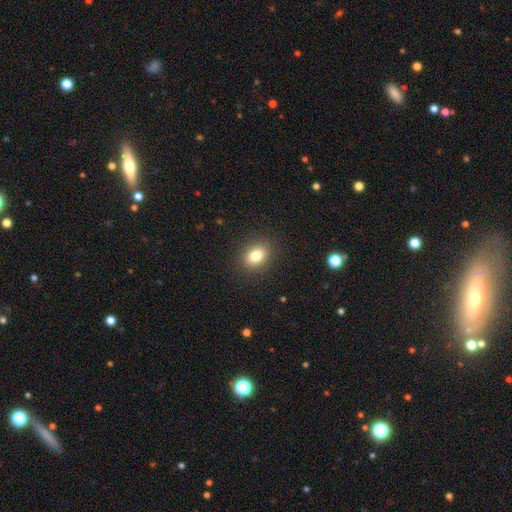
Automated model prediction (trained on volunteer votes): Smooth or featured? Predicted: smooth (p=0.81). How rounded? Predicted: in between (p=0.68). Merging? Predicted: none (p=0.89).